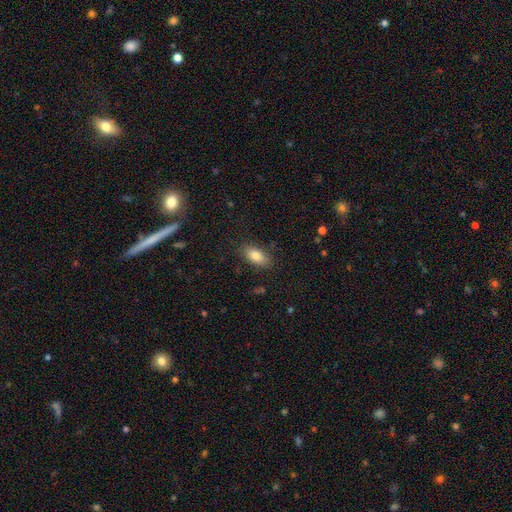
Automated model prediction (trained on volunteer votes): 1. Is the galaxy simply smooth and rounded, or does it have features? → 81% smooth, 11% featured or disk, 8% star or artifact.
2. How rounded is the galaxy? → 90% in between, 5% cigar-shaped, 5% round.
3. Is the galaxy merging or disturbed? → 85% none, 11% minor disturbance, 3% major disturbance, 1% merger.